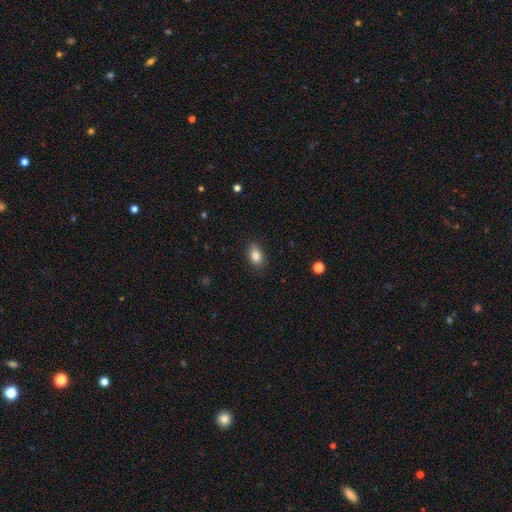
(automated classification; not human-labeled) Q: Smooth or featured?
A: smooth (84%); runner-up: star or artifact (9%)
Q: How rounded?
A: in between (83%); runner-up: round (15%)
Q: Merging?
A: none (82%); runner-up: minor disturbance (14%)